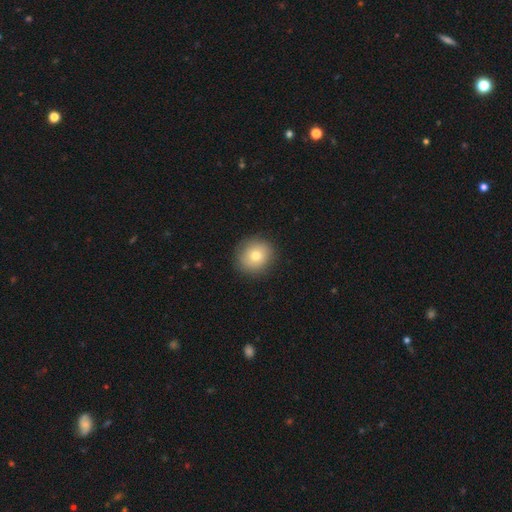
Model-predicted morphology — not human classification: Smooth or featured? Predicted: smooth (p=0.76). How rounded? Predicted: round (p=0.87). Merging? Predicted: none (p=0.88).